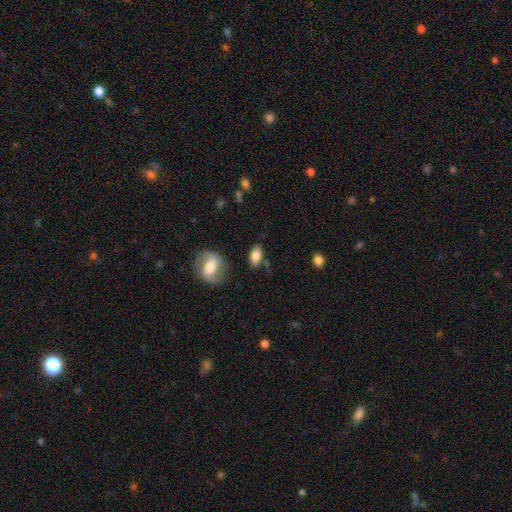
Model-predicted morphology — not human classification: This appears to be a smooth galaxy with no disk features (80%) that is in between round and cigar-shaped (88%). Merging: none (78%).